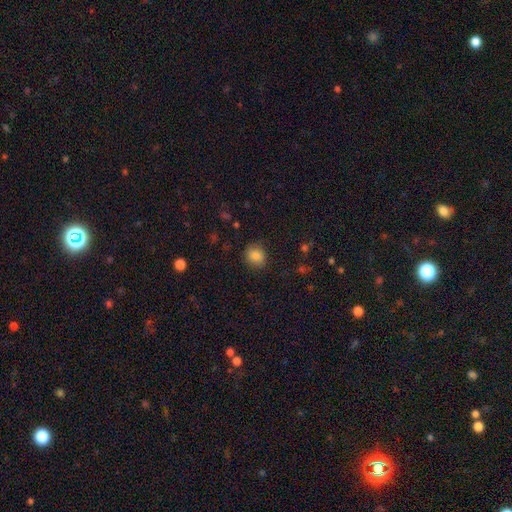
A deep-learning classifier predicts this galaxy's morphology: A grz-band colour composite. It shows a smooth galaxy with no disk features (84%) that is round (78%). Merging: none (85%).